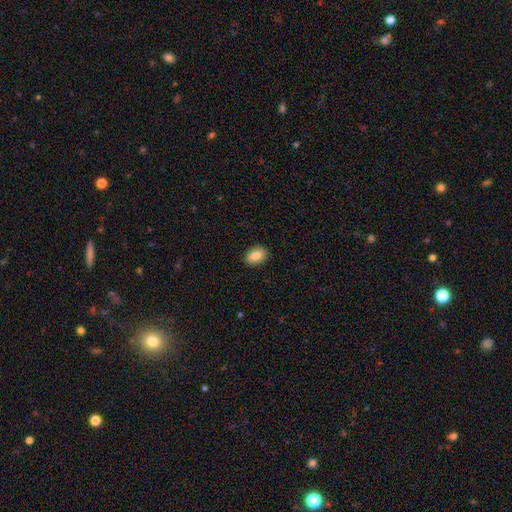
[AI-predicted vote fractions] The model was most divided on "how rounded": in between: 82%, round: 17%, cigar-shaped: 1%. More confident: merging — none (90%); smooth or featured — smooth (85%).